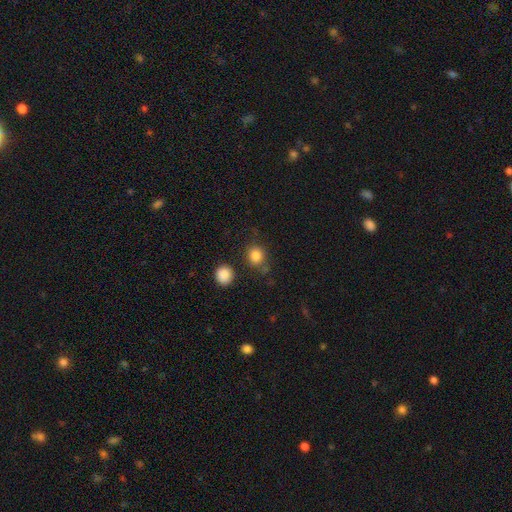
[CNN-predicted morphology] This is clearly a smooth galaxy (84%). How rounded: clearly round (84%). Merging: likely none (78%).